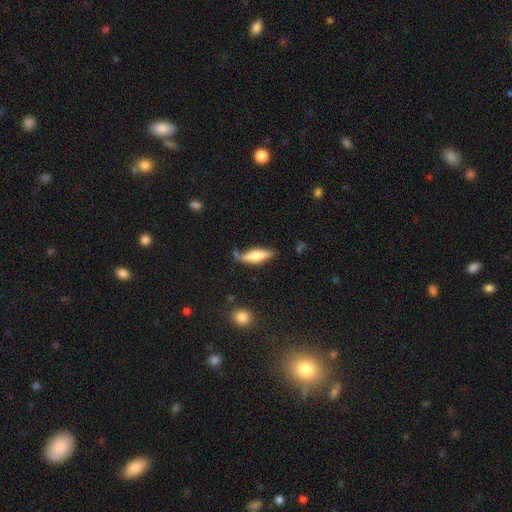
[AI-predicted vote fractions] Smooth or featured? smooth (59%)
How rounded? cigar-shaped (52%)
Merging? none (63%)